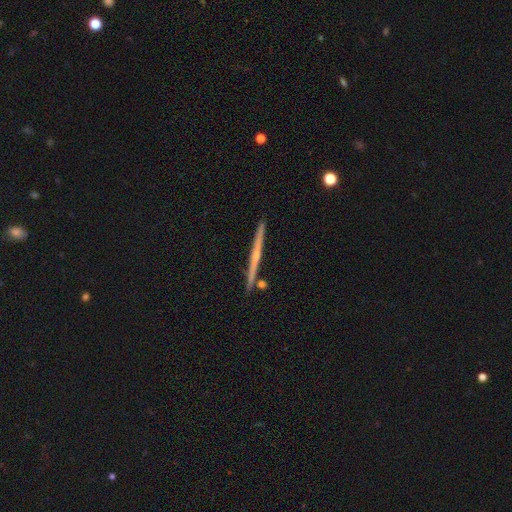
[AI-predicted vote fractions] This is likely a featured or disk galaxy (72%). It is clearly viewed edge-on (98%). Edge-on bulge: possibly rounded (51%). Merging: clearly none (89%).